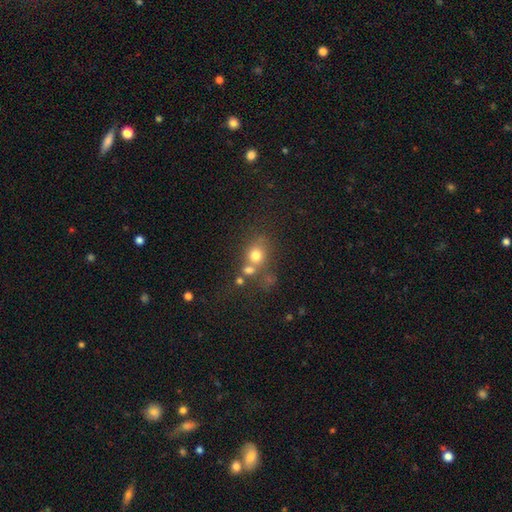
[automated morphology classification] Smooth or featured?
  - smooth: 72% *
  - star or artifact: 15%
  - featured or disk: 13%
How rounded?
  - round: 73% *
  - in between: 26%
  - cigar-shaped: 1%
Merging?
  - none: 44% *
  - merger: 35%
  - minor disturbance: 13%
  - major disturbance: 8%